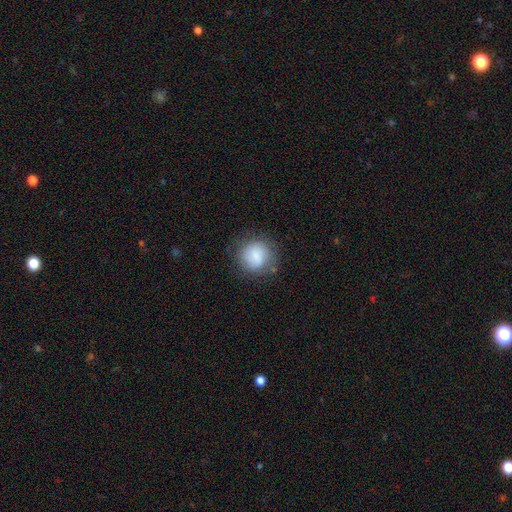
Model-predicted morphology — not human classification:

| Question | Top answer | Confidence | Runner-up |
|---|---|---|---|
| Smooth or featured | smooth | 75% | featured or disk (17%) |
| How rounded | round | 88% | in between (11%) |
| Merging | none | 72% | minor disturbance (18%) |